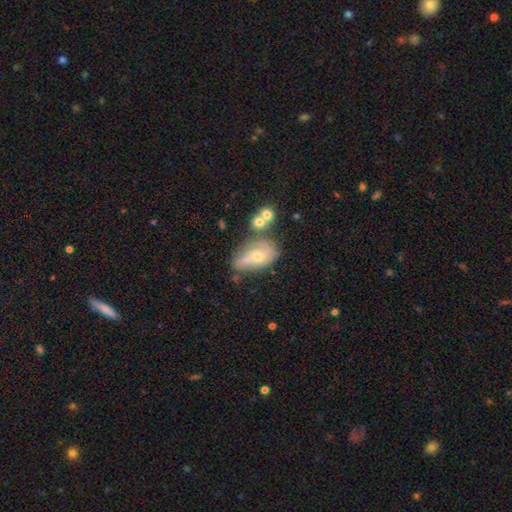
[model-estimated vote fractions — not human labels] smooth-or-featured: featured or disk: 48% | smooth: 41% | star or artifact: 12%
  merging: none: 41% | minor disturbance: 25% | merger: 22% | major disturbance: 12%